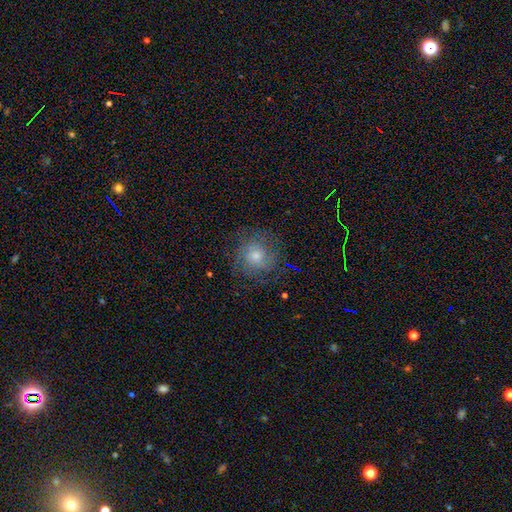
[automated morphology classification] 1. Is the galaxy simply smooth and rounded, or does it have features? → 52% featured or disk, 31% smooth, 17% star or artifact.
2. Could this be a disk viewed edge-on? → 97% no, 3% yes.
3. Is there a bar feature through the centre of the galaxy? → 78% no, 19% weak, 3% strong.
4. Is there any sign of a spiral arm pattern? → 86% yes, 14% no.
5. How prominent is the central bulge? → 52% moderate, 36% small, 8% large, 3% none, 2% dominant.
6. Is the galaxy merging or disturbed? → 78% none, 13% minor disturbance, 8% major disturbance, 1% merger.